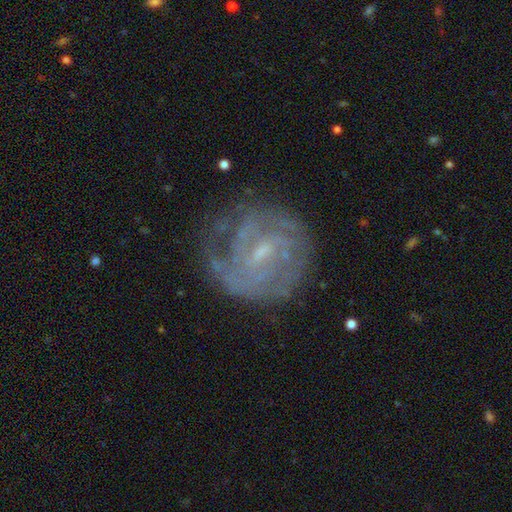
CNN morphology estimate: Smooth or featured? Predicted: featured or disk (p=0.80). Edge-on disk? Predicted: no (p=0.98). Bar? Predicted: weak (p=0.58). Spiral arms? Predicted: yes (p=0.90). Spiral winding? Predicted: tight (p=0.62). Spiral arm count? Predicted: can't tell (p=0.39). Bulge size? Predicted: small (p=0.64). Merging? Predicted: none (p=0.71).